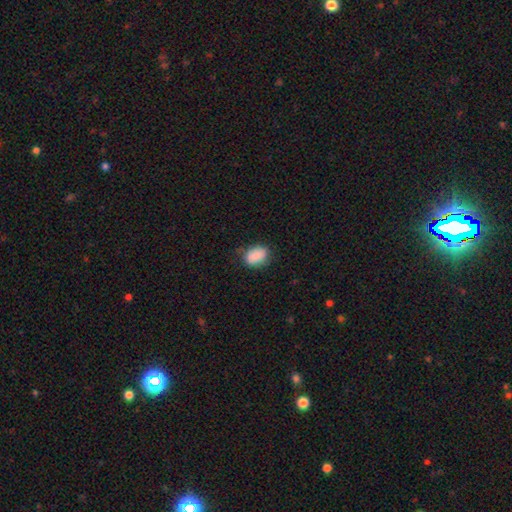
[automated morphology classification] smooth_or_featured: smooth (p=0.88) [alt: star or artifact p=0.07]
how_rounded: in between (p=0.81) [alt: round p=0.18]
merging: none (p=0.72) [alt: minor disturbance p=0.22]